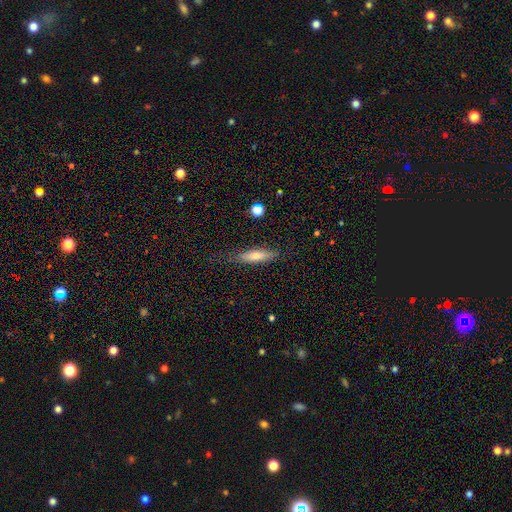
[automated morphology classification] Smooth or featured?
  - smooth: 58% *
  - featured or disk: 34%
  - star or artifact: 7%
How rounded?
  - cigar-shaped: 74% *
  - in between: 24%
  - round: 2%
Merging?
  - none: 77% *
  - minor disturbance: 17%
  - major disturbance: 4%
  - merger: 1%